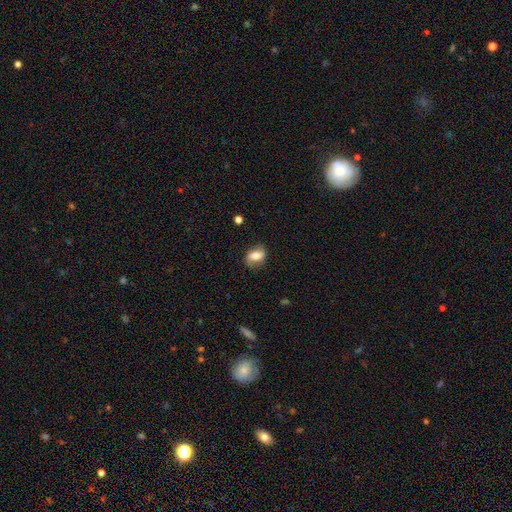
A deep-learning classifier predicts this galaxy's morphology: Q: Smooth or featured?
A: smooth (52%); runner-up: featured or disk (40%)
Q: How rounded?
A: in between (73%); runner-up: round (24%)
Q: Merging?
A: none (75%); runner-up: minor disturbance (18%)